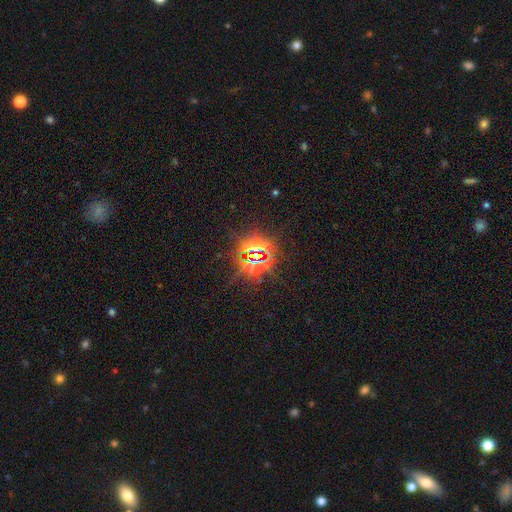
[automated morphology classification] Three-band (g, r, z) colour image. It shows a star or artifact, not a galaxy (82%).